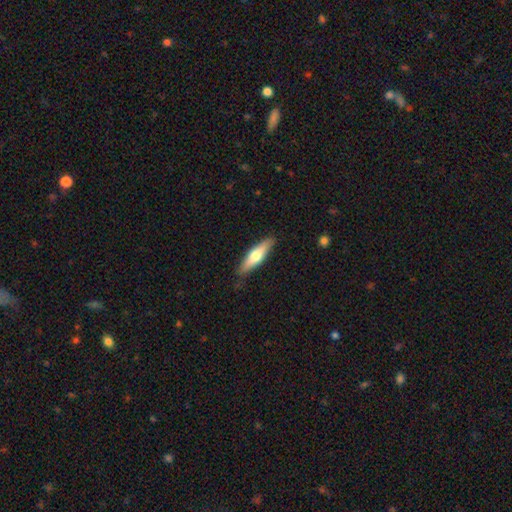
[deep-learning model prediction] A smooth galaxy with no disk features (56%) that is cigar-shaped (67%).

Vote fractions:
- Smooth or featured? smooth: 56% / featured or disk: 39% / star or artifact: 5%
- How rounded? cigar-shaped: 67% / in between: 31% / round: 2%
- Merging? none: 85% / minor disturbance: 12% / major disturbance: 2% / merger: 1%